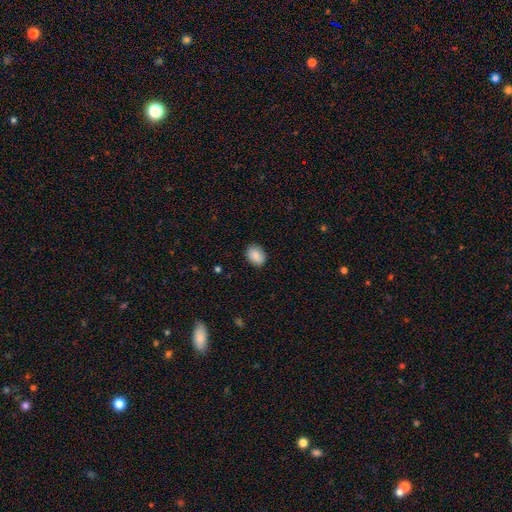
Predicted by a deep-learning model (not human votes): Q: Smooth or featured?
A: smooth (88%); runner-up: star or artifact (7%)
Q: How rounded?
A: in between (65%); runner-up: round (34%)
Q: Merging?
A: none (87%); runner-up: minor disturbance (10%)